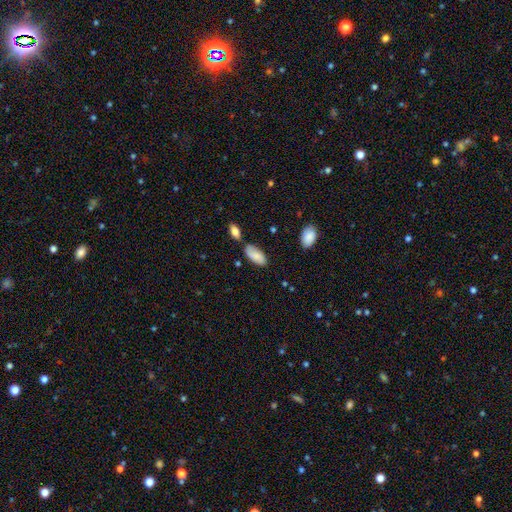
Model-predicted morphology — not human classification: smooth_or_featured: smooth (p=0.79) [alt: featured or disk p=0.14]
how_rounded: in between (p=0.92) [alt: cigar-shaped p=0.06]
merging: none (p=0.62) [alt: minor disturbance p=0.23]